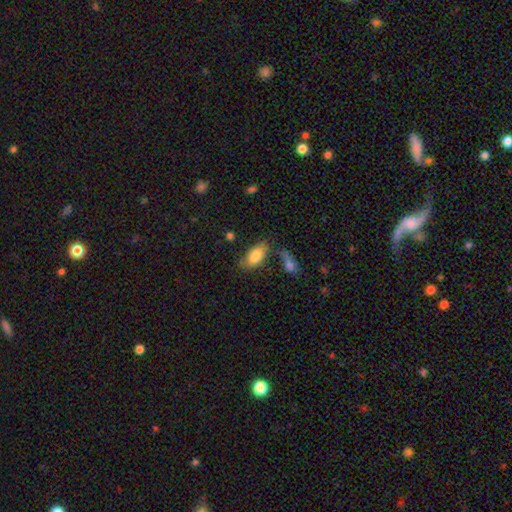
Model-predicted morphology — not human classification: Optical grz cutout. It shows a smooth galaxy with no disk features (80%) that is in between round and cigar-shaped (91%). Merging: none (59%).